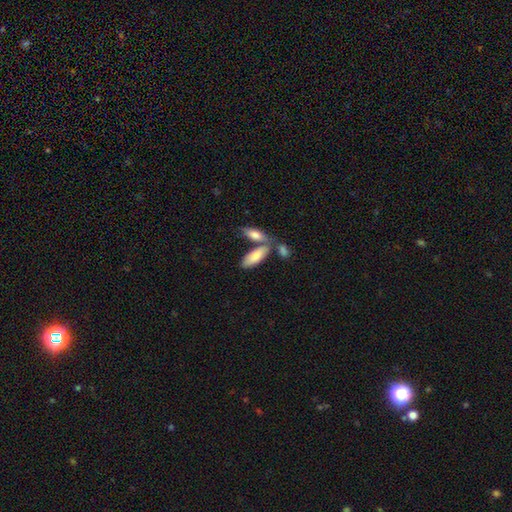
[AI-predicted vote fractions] This is clearly a smooth galaxy (80%). How rounded: likely in between (75%). Merging: possibly none (50%).